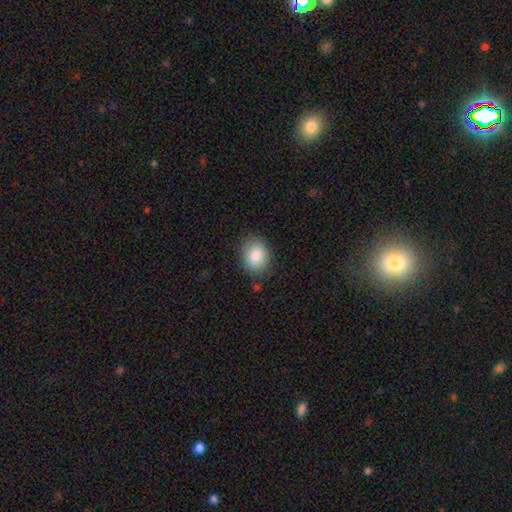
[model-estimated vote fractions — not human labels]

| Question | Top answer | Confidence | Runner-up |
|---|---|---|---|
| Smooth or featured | smooth | 86% | star or artifact (8%) |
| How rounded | in between | 55% | round (44%) |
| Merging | none | 83% | minor disturbance (12%) |